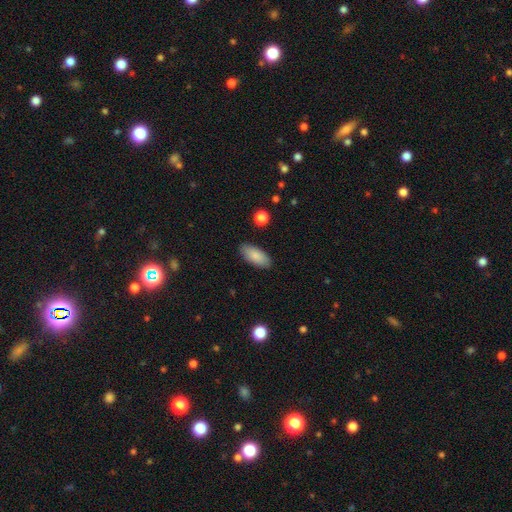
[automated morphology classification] smooth-or-featured: smooth: 86% | featured or disk: 8% | star or artifact: 6%
  how-rounded: in between: 87% | cigar-shaped: 11% | round: 2%
  merging: none: 87% | minor disturbance: 9% | major disturbance: 2% | merger: 1%